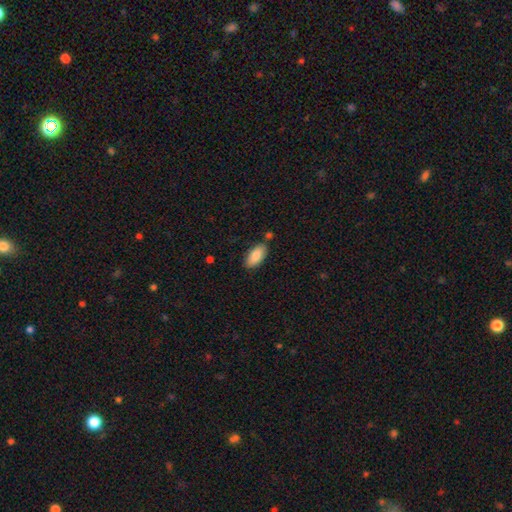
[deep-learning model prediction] Smooth or featured?
  - smooth: 84% *
  - featured or disk: 9%
  - star or artifact: 6%
How rounded?
  - in between: 93% *
  - cigar-shaped: 5%
  - round: 2%
Merging?
  - none: 80% *
  - minor disturbance: 12%
  - merger: 5%
  - major disturbance: 2%